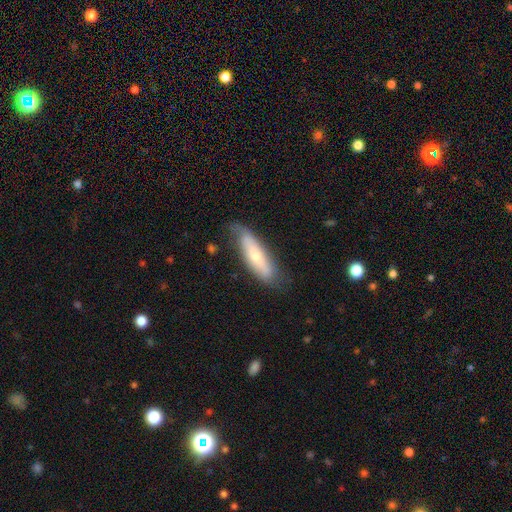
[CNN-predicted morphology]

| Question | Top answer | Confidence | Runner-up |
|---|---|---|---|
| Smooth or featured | smooth | 52% | featured or disk (42%) |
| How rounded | cigar-shaped | 58% | in between (40%) |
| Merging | none | 64% | minor disturbance (27%) |